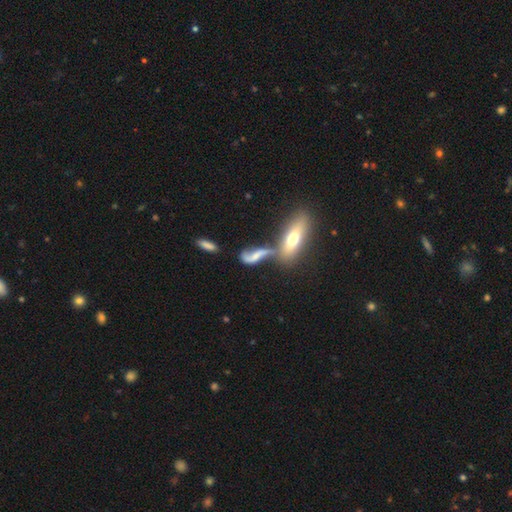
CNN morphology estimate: Smooth or featured?
  - featured or disk: 60% *
  - smooth: 31%
  - star or artifact: 9%
Edge-on disk?
  - no: 82% *
  - yes: 18%
Merging?
  - merger: 38% *
  - none: 33%
  - minor disturbance: 16%
  - major disturbance: 14%